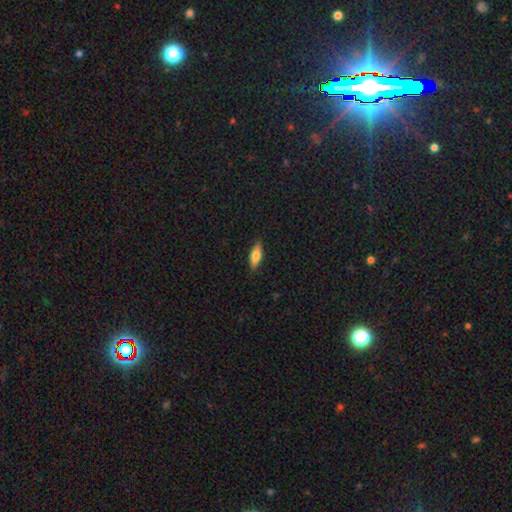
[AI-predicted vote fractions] A smooth galaxy with no disk features (65%) that is in between round and cigar-shaped (59%).

Vote fractions:
- Smooth or featured? smooth: 65% / featured or disk: 28% / star or artifact: 6%
- How rounded? in between: 59% / cigar-shaped: 39% / round: 3%
- Merging? none: 88% / minor disturbance: 9% / major disturbance: 2% / merger: 1%